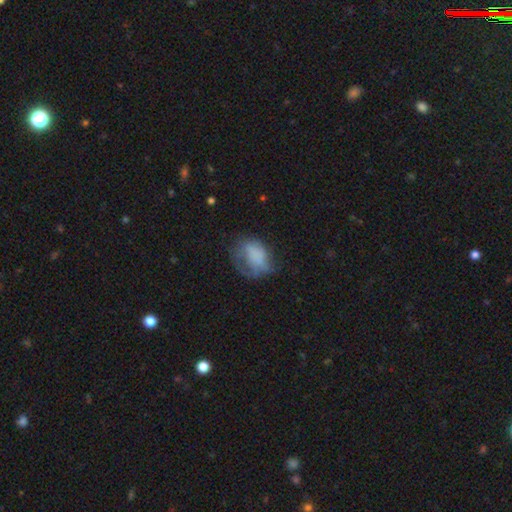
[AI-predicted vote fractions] smooth_or_featured: smooth (p=0.59) [alt: featured or disk p=0.30]
how_rounded: in between (p=0.67) [alt: round p=0.32]
merging: major disturbance (p=0.36) [alt: none p=0.32]